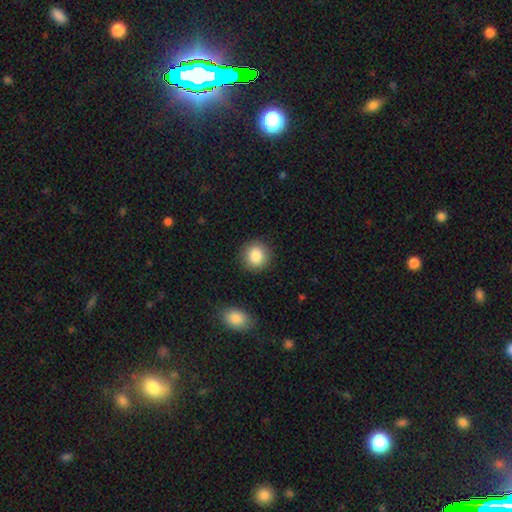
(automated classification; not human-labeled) smooth_or_featured: smooth (p=0.86) [alt: star or artifact p=0.08]
how_rounded: round (p=0.89) [alt: in between p=0.10]
merging: none (p=0.89) [alt: minor disturbance p=0.07]